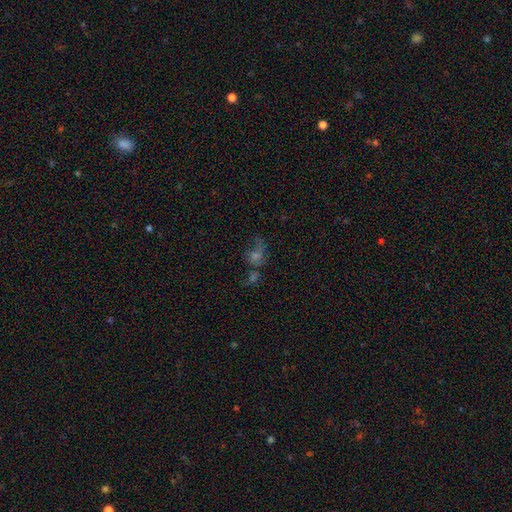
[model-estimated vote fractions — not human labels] Overall: featured or disk (36%; smooth 33%). Merging: none (39%; merger 23%).